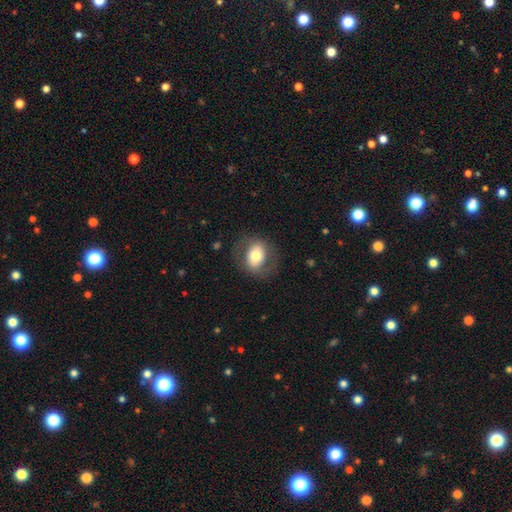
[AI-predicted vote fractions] A smooth galaxy with no disk features (62%) that is in between round and cigar-shaped (58%). Merging: none (76%).